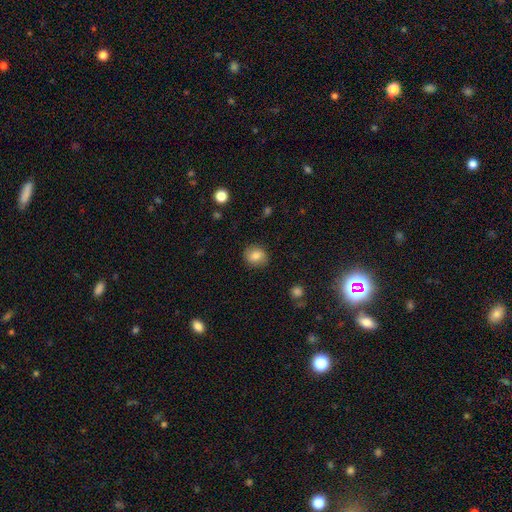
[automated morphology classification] Smooth or featured? smooth (81%)
How rounded? round (74%)
Merging? none (85%)